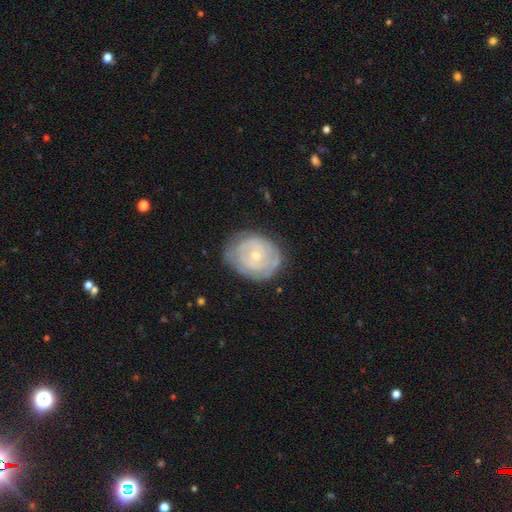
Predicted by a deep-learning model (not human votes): This is likely a featured or disk galaxy (69%). It is clearly not viewed edge-on (97%). Bar: clearly no (81%). Spiral arm pattern: likely yes (72%). Central bulge: likely small (69%). Merging: likely none (70%).